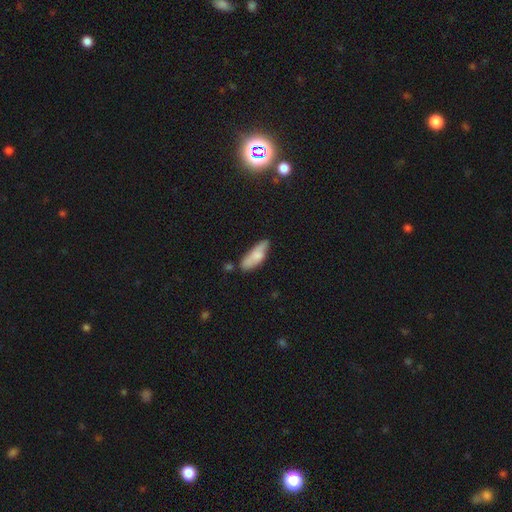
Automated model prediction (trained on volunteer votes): Overall: smooth (73%). How rounded: in between (59%; cigar-shaped 39%). Merging: none (60%; minor disturbance 27%).